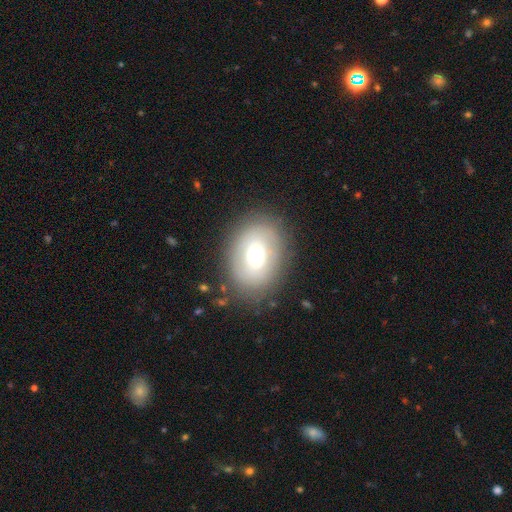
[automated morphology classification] This is likely a smooth galaxy (61%). How rounded: likely in between (68%). Merging: clearly none (82%).